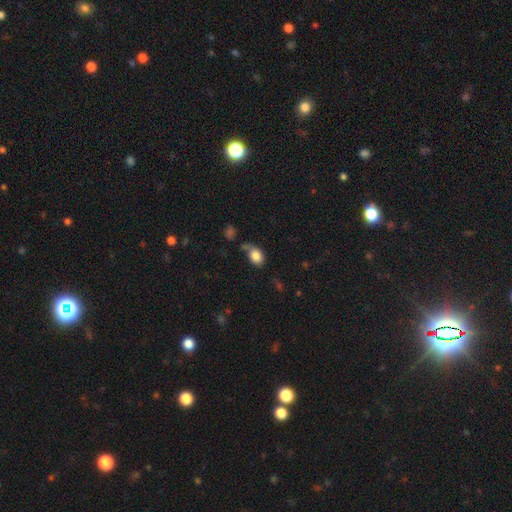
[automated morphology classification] Smooth or featured? smooth (83%)
How rounded? in between (78%)
Merging? none (46%)